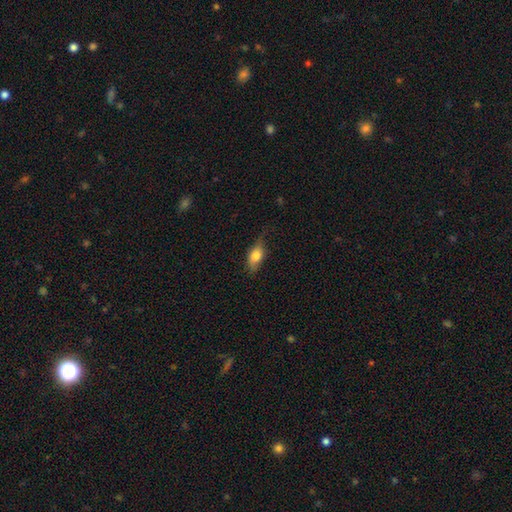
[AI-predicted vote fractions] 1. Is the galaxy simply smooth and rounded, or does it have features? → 72% smooth, 20% featured or disk, 8% star or artifact.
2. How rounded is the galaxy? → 81% in between, 11% cigar-shaped, 8% round.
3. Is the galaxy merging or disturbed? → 62% none, 29% minor disturbance, 8% major disturbance, 1% merger.